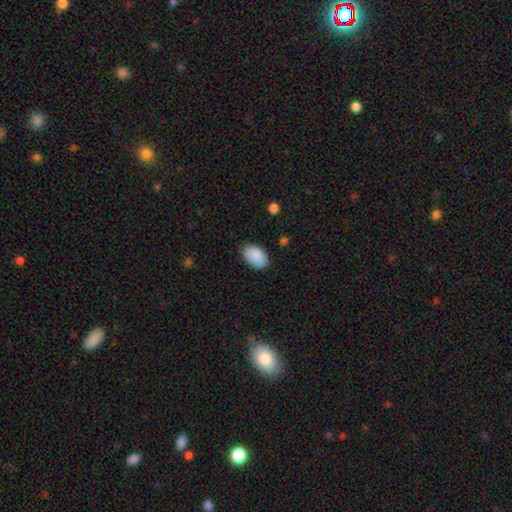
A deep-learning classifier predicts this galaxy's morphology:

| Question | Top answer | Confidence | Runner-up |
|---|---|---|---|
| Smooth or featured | smooth | 89% | star or artifact (7%) |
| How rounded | in between | 92% | round (7%) |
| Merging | none | 80% | minor disturbance (16%) |